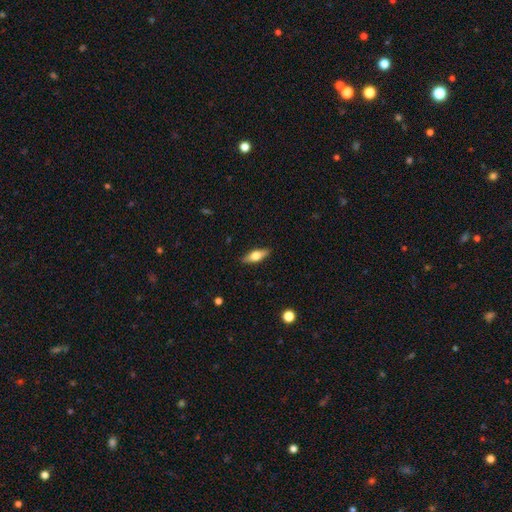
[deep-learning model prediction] smooth-or-featured: smooth: 56% | featured or disk: 38% | star or artifact: 6%
  how-rounded: in between: 60% | cigar-shaped: 37% | round: 3%
  merging: none: 89% | minor disturbance: 8% | major disturbance: 2% | merger: 1%